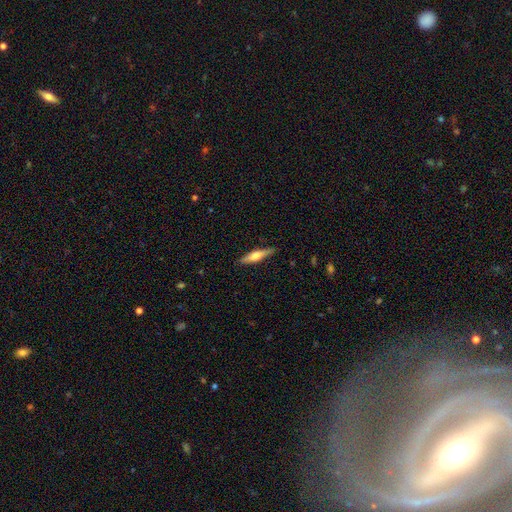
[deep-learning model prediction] This appears to be a featured or disk galaxy (48%). Merging: none (86%).